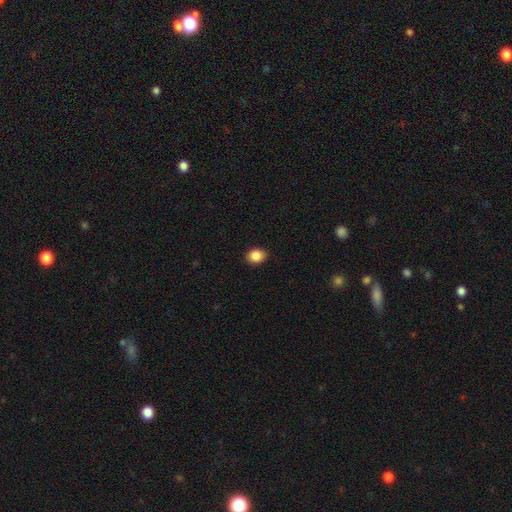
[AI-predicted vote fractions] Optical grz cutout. It shows a smooth galaxy with no disk features (87%) that is in between round and cigar-shaped (51%). Merging: none (89%).